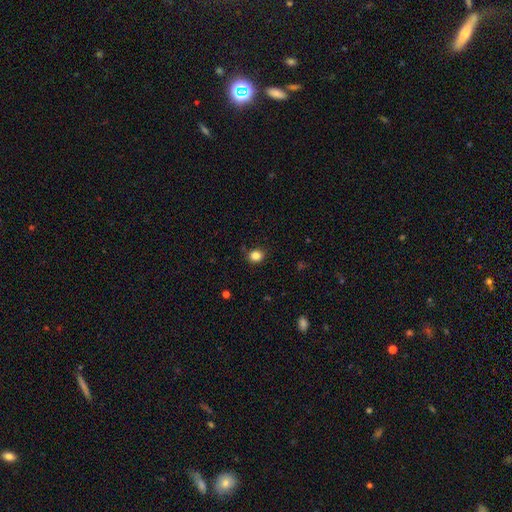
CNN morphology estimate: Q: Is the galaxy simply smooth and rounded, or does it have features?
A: smooth — 85%.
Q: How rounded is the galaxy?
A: round — 67%.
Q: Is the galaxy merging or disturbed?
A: none — 86%.